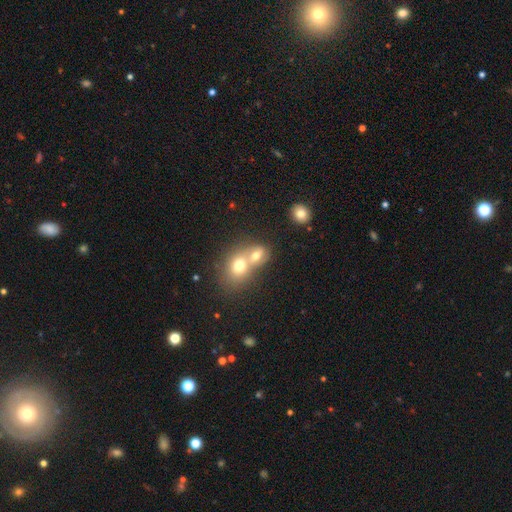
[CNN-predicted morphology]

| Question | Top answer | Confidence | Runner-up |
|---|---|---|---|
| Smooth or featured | smooth | 66% | featured or disk (21%) |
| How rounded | in between | 50% | round (48%) |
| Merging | merger | 66% | none (24%) |